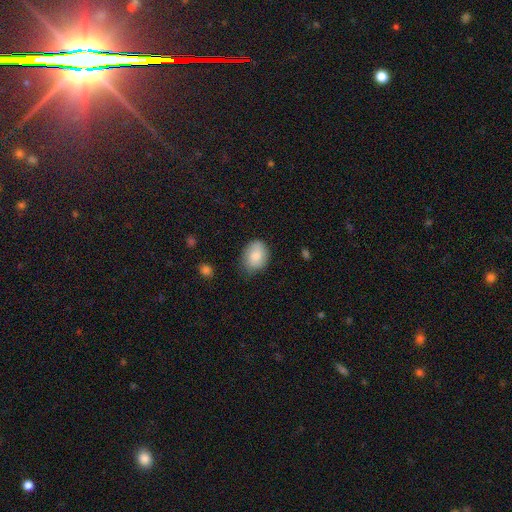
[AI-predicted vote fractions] This is clearly a smooth galaxy (81%). How rounded: likely in between (60%). Merging: likely none (72%).